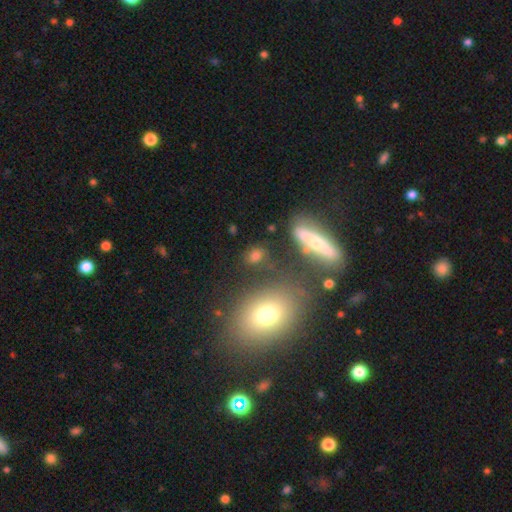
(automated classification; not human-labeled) Smooth or featured? Predicted: smooth (p=0.67). How rounded? Predicted: in between (p=0.53). Merging? Predicted: none (p=0.67).